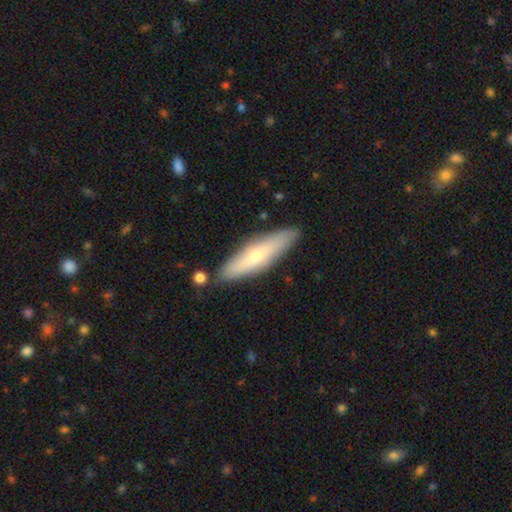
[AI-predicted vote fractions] Overall: smooth (58%; featured or disk 36%). How rounded: cigar-shaped (71%). Merging: none (83%).